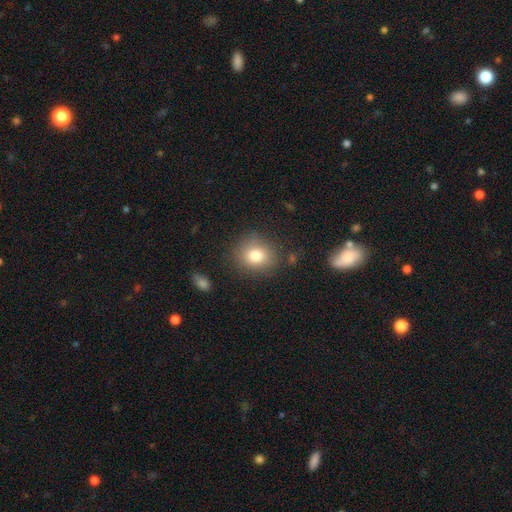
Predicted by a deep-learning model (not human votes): smooth-or-featured: smooth: 80% | star or artifact: 11% | featured or disk: 9%
  how-rounded: round: 74% | in between: 25% | cigar-shaped: 1%
  merging: none: 81% | minor disturbance: 12% | major disturbance: 4% | merger: 3%